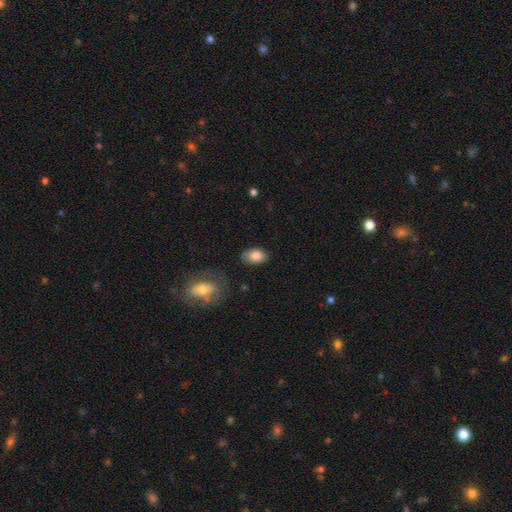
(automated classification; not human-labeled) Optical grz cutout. It shows a smooth galaxy with no disk features (85%) that is in between round and cigar-shaped (87%). Merging: none (80%).